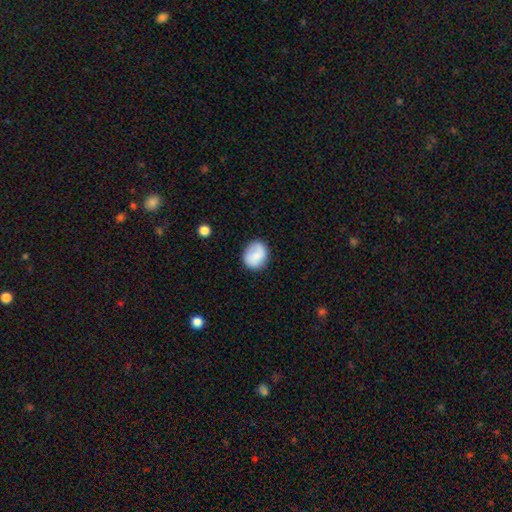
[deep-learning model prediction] Smooth or featured? Predicted: smooth (p=0.76). How rounded? Predicted: round (p=0.69). Merging? Predicted: none (p=0.80).